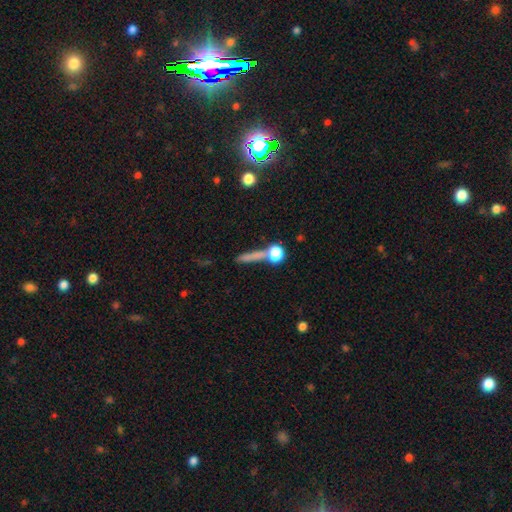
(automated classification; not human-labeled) smooth_or_featured: smooth (p=0.64) [alt: featured or disk p=0.20]
how_rounded: cigar-shaped (p=0.62) [alt: round p=0.25]
merging: none (p=0.61) [alt: merger p=0.18]